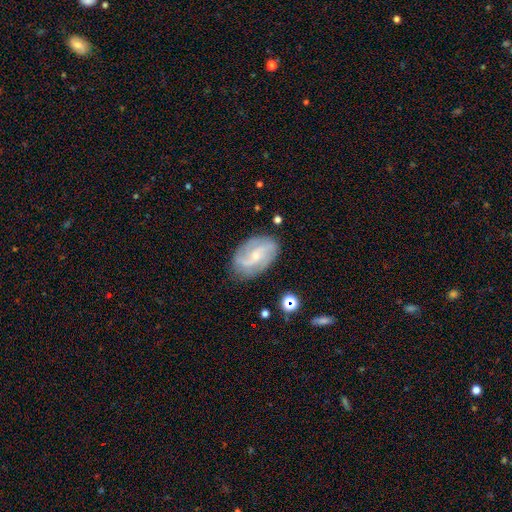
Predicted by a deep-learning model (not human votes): Q: Smooth or featured?
A: featured or disk (79%); runner-up: smooth (15%)
Q: Edge-on disk?
A: no (96%); runner-up: yes (4%)
Q: Bar?
A: weak (45%); runner-up: no (38%)
Q: Spiral arms?
A: yes (93%); runner-up: no (7%)
Q: Spiral winding?
A: medium (41%); runner-up: loose (38%)
Q: Spiral arm count?
A: 2 (68%); runner-up: can't tell (13%)
Q: Bulge size?
A: small (68%); runner-up: moderate (27%)
Q: Merging?
A: none (77%); runner-up: minor disturbance (16%)